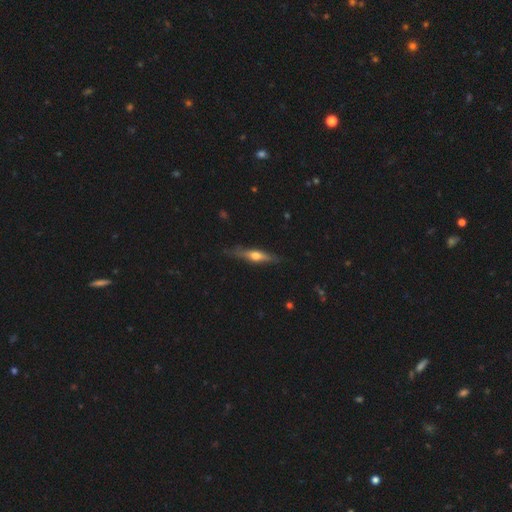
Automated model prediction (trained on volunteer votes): This appears to be a featured or disk galaxy (60%) viewed edge-on (93%) with a rounded central bulge (90%). Merging: none (80%).